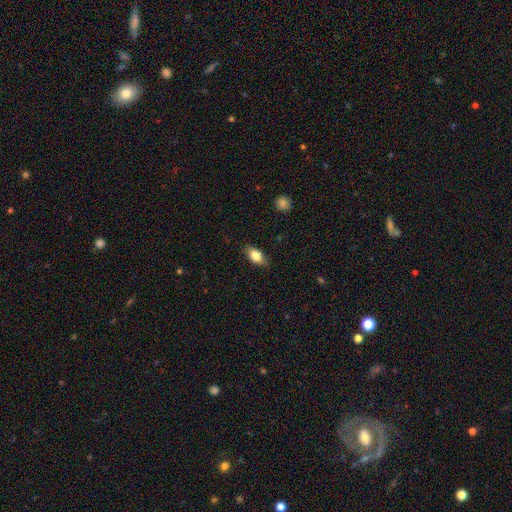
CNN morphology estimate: Smooth or featured? smooth (81%)
How rounded? in between (87%)
Merging? none (85%)